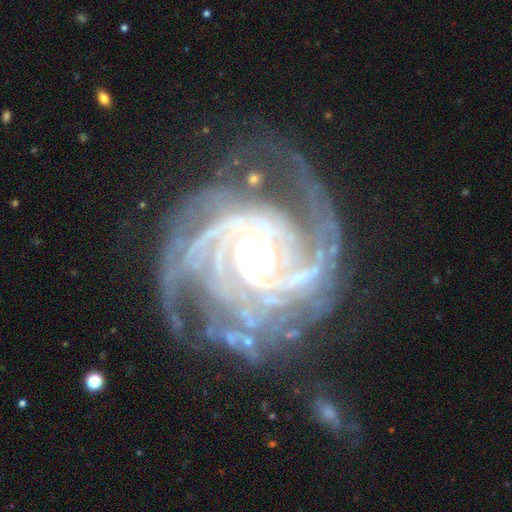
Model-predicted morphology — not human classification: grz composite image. It shows a featured or disk galaxy (93%) with no bar (61%), 3 (27%) tight (70%) spiral arms (99%) and a moderate central bulge (59%). Merging: none (66%).